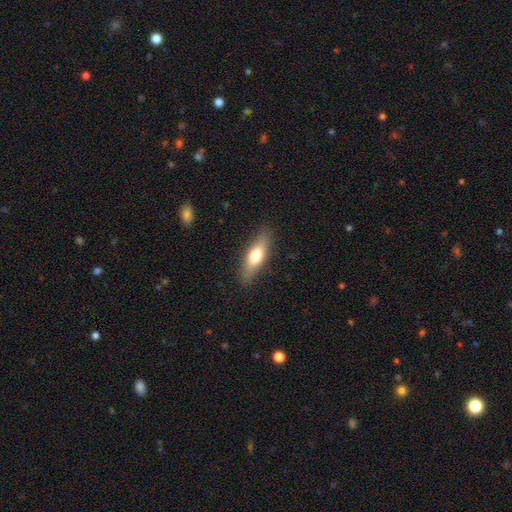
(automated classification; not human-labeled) Smooth or featured? smooth (63%)
How rounded? cigar-shaped (49%)
Merging? none (85%)